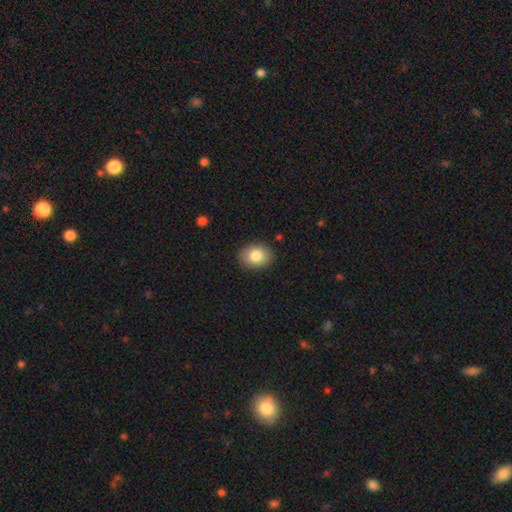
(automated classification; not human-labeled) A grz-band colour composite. It shows a smooth galaxy with no disk features (84%) that is in between round and cigar-shaped (60%). Merging: none (88%).